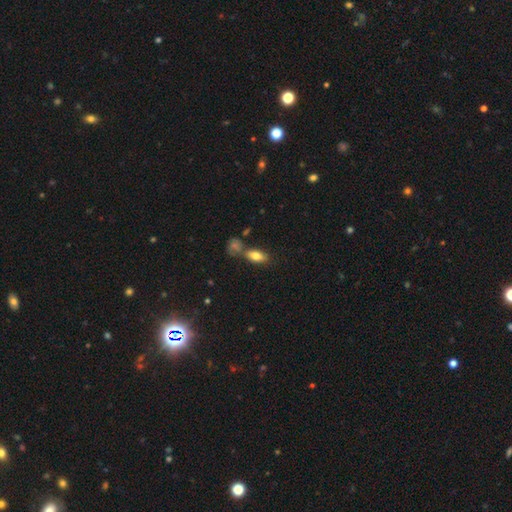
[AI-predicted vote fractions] Smooth or featured: smooth — 79% (featured or disk — 13%)
How rounded: in between — 86% (cigar-shaped — 9%)
Merging: none — 62% (merger — 21%)